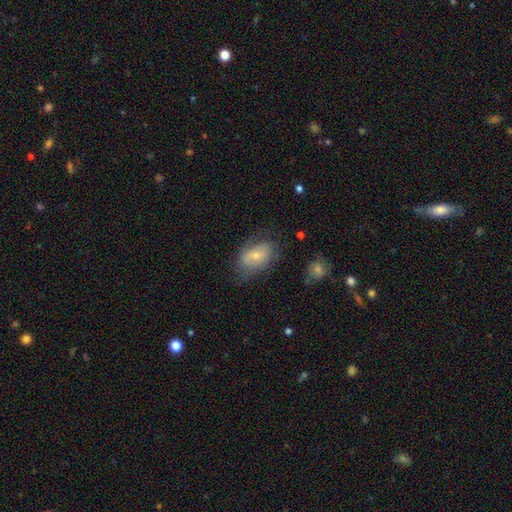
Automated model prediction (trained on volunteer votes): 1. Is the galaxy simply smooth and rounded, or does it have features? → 59% smooth, 34% featured or disk, 8% star or artifact.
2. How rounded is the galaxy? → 86% in between, 12% round, 2% cigar-shaped.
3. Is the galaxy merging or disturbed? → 61% none, 25% minor disturbance, 12% major disturbance, 2% merger.